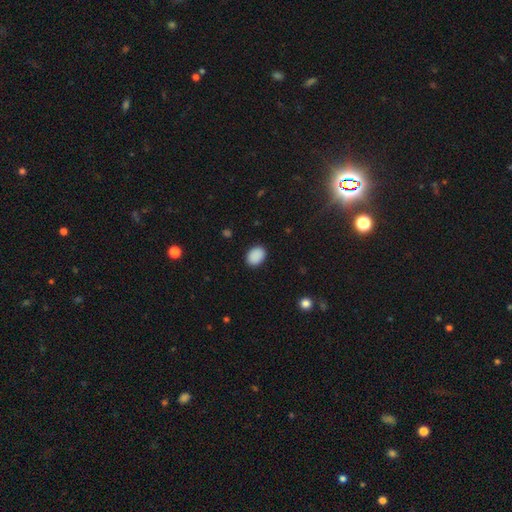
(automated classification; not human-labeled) Smooth or featured? smooth (90%)
How rounded? in between (75%)
Merging? none (89%)